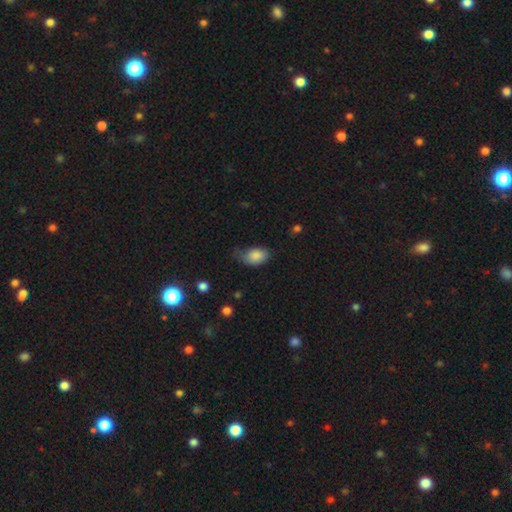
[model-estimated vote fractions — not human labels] smooth_or_featured: smooth (p=0.85) [alt: featured or disk p=0.08]
how_rounded: in between (p=0.89) [alt: round p=0.10]
merging: none (p=0.42) [alt: minor disturbance p=0.40]